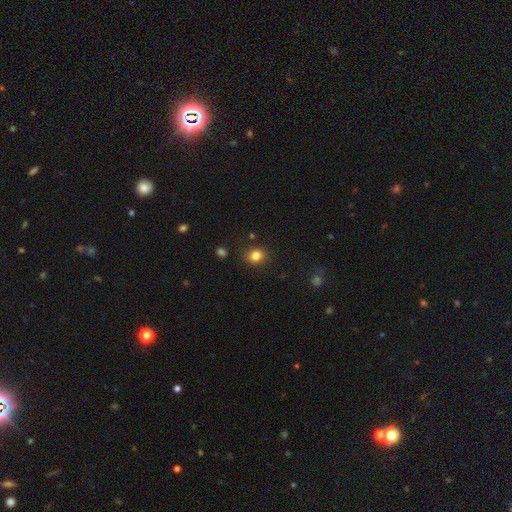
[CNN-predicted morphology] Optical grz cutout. It shows a smooth galaxy with no disk features (82%) that is round (76%). Merging: none (86%).